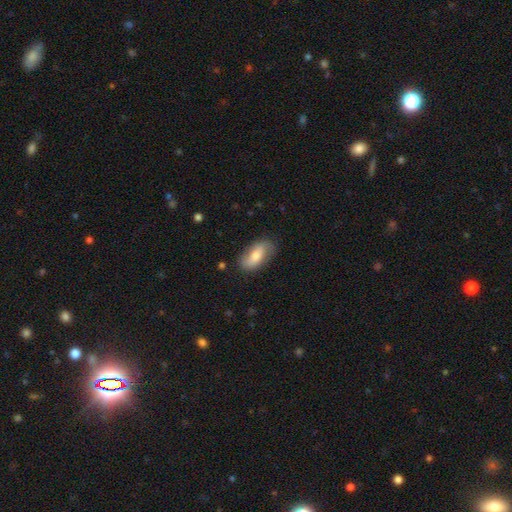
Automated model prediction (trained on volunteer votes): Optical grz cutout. It shows a smooth galaxy with no disk features (58%) that is in between round and cigar-shaped (89%). Merging: none (79%).